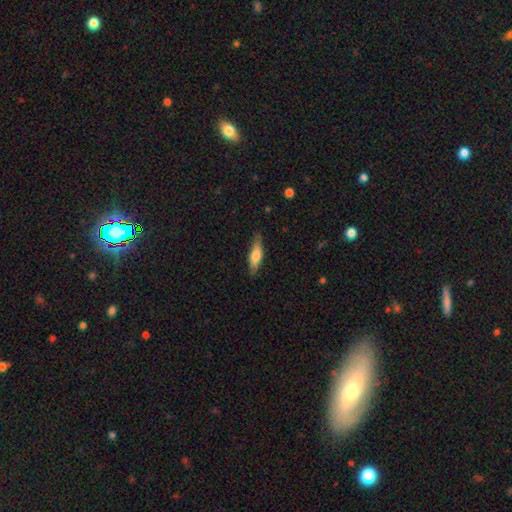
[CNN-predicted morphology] Smooth or featured: smooth — 61% (featured or disk — 32%)
How rounded: cigar-shaped — 64% (in between — 34%)
Merging: none — 83% (minor disturbance — 13%)